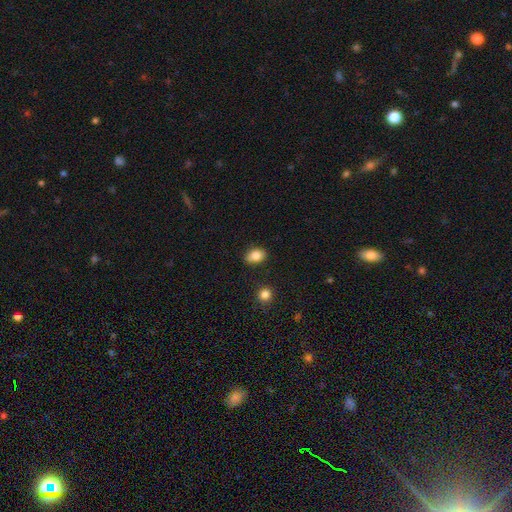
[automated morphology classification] Smooth or featured?
  - smooth: 84% *
  - star or artifact: 9%
  - featured or disk: 7%
How rounded?
  - in between: 78% *
  - round: 20%
  - cigar-shaped: 1%
Merging?
  - none: 81% *
  - minor disturbance: 14%
  - merger: 3%
  - major disturbance: 3%